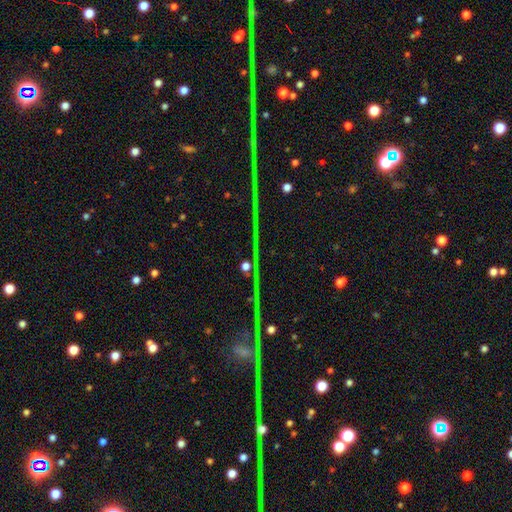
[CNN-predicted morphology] Q: Smooth or featured?
A: star or artifact (82%); runner-up: smooth (9%)